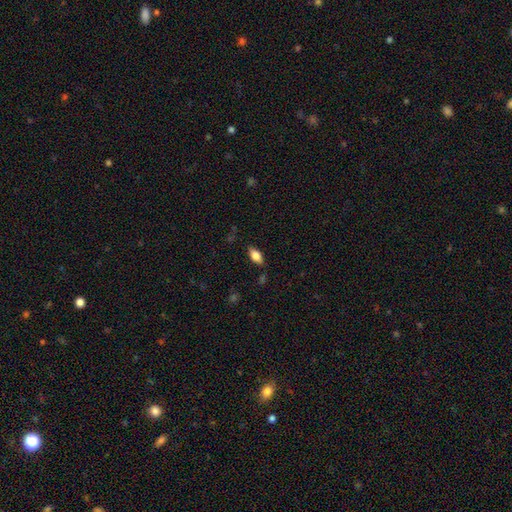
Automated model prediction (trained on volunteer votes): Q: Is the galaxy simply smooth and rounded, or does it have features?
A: smooth — 77%.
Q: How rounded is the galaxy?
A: in between — 88%.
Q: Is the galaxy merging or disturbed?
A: none — 82%.